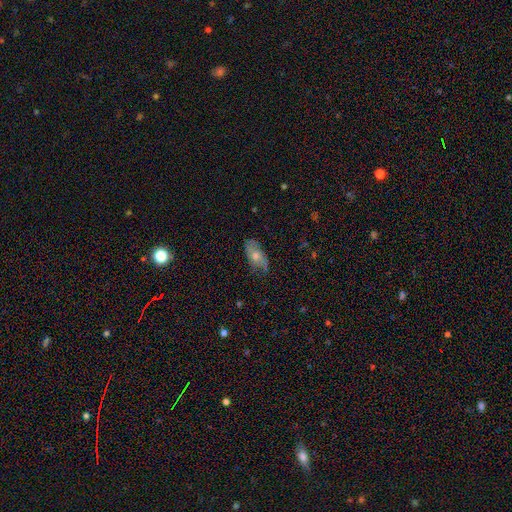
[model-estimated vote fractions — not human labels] Smooth or featured? Predicted: featured or disk (p=0.51). Edge-on disk? Predicted: no (p=0.85). Merging? Predicted: none (p=0.74).